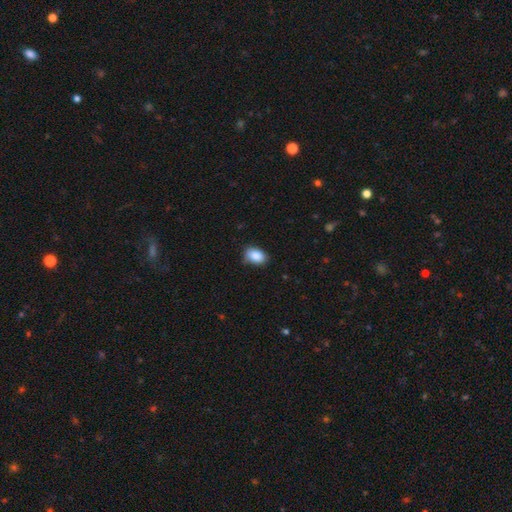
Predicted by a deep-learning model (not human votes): smooth_or_featured: smooth (p=0.88) [alt: star or artifact p=0.07]
how_rounded: in between (p=0.82) [alt: round p=0.17]
merging: none (p=0.73) [alt: minor disturbance p=0.22]